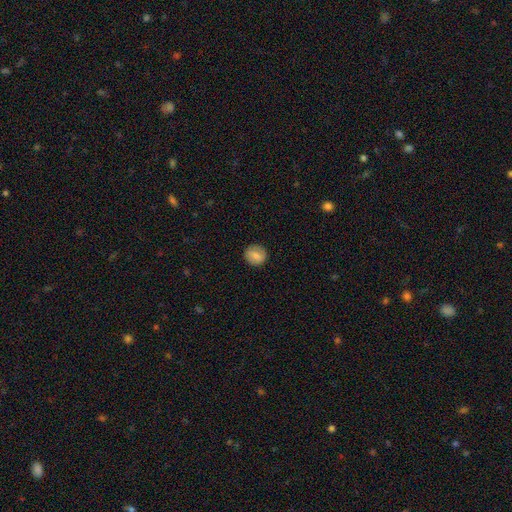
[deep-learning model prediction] smooth 75%, featured or disk 17%, star or artifact 8%. Down the decision tree: how rounded — round (87%); merging — none (87%).